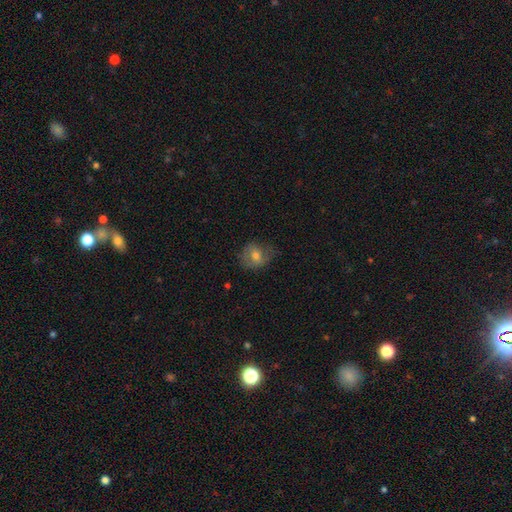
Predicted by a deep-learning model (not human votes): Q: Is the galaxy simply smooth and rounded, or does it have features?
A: smooth — 64%.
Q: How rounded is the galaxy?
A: round — 65%.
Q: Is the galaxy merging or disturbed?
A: none — 57%.